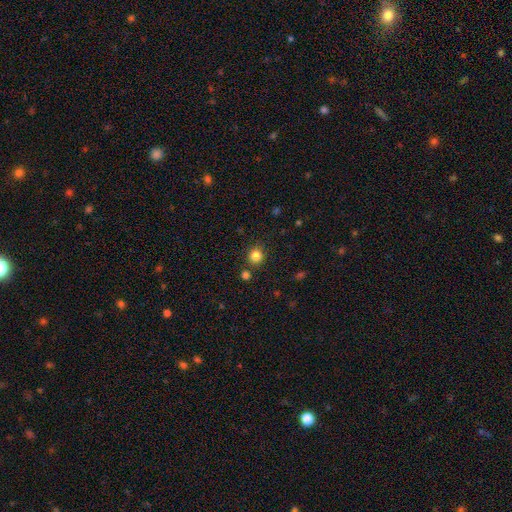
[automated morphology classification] smooth-or-featured: smooth: 83% | star or artifact: 12% | featured or disk: 5%
  how-rounded: round: 89% | in between: 10% | cigar-shaped: 1%
  merging: none: 85% | minor disturbance: 7% | merger: 5% | major disturbance: 2%